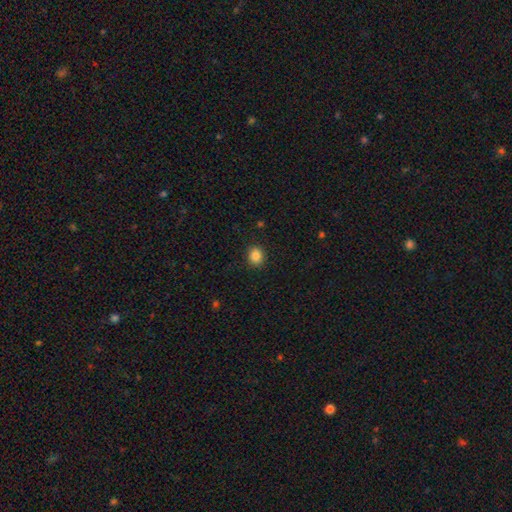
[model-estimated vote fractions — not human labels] smooth 86%, star or artifact 10%, featured or disk 4%. Down the decision tree: how rounded — round (70%); merging — none (90%).